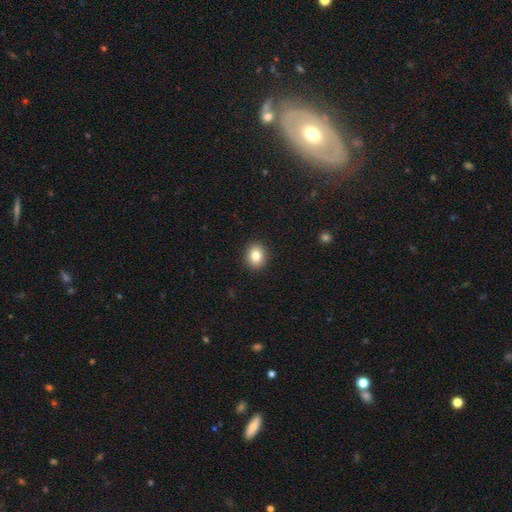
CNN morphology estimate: Smooth or featured? Predicted: smooth (p=0.83). How rounded? Predicted: round (p=0.63). Merging? Predicted: none (p=0.91).